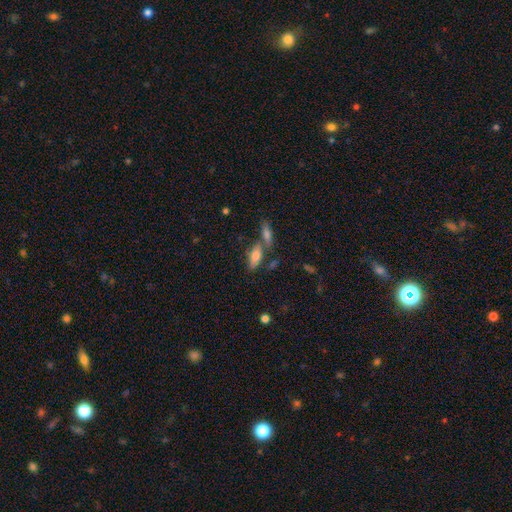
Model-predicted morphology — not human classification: Smooth or featured?
  - smooth: 72% *
  - featured or disk: 20%
  - star or artifact: 8%
How rounded?
  - in between: 72% *
  - cigar-shaped: 25%
  - round: 3%
Merging?
  - none: 51% *
  - merger: 33%
  - minor disturbance: 12%
  - major disturbance: 5%